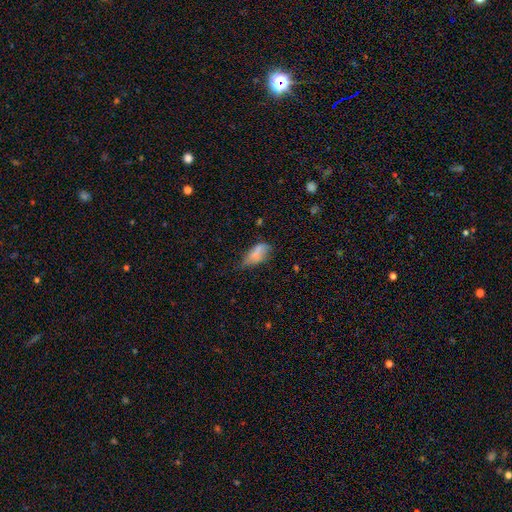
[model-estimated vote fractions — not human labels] The model was most divided on "merging": none: 38%, minor disturbance: 37%, major disturbance: 19%, merger: 5%. More confident: how rounded — in between (85%); smooth or featured — smooth (70%).